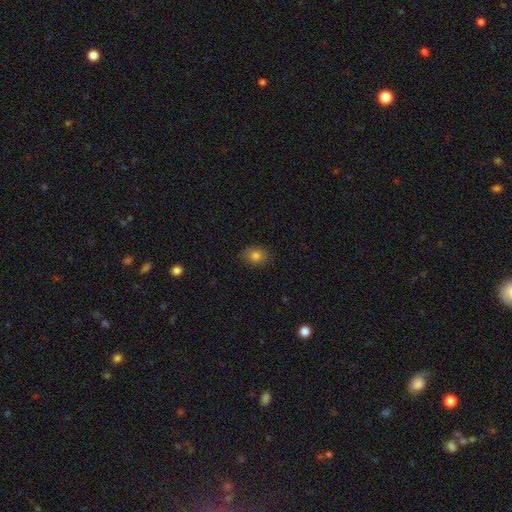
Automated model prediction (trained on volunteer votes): The model was most divided on "how rounded": in between: 56%, round: 43%, cigar-shaped: 1%. More confident: merging — none (87%); smooth or featured — smooth (80%).